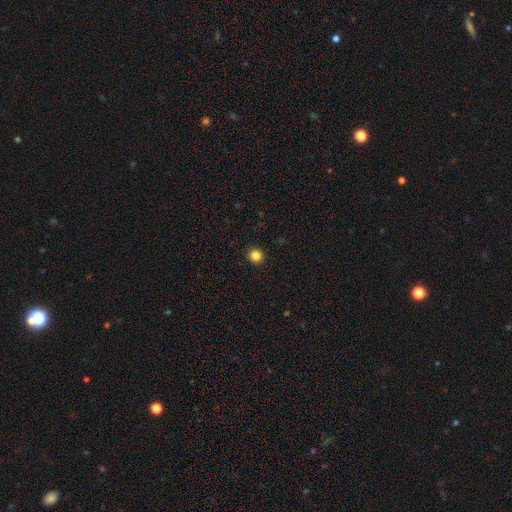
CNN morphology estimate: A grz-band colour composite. It shows a smooth galaxy with no disk features (84%) that is round (95%). Merging: none (94%).